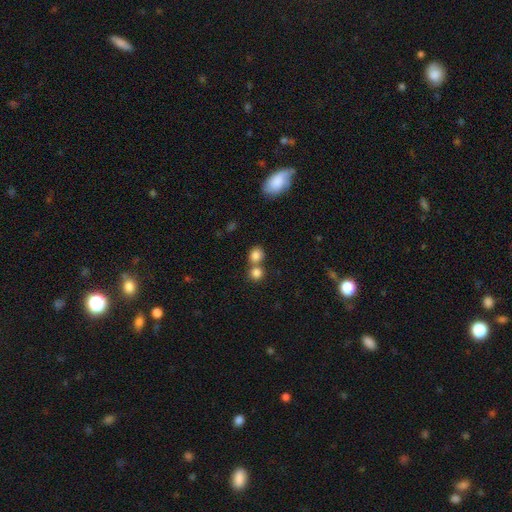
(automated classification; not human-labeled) A smooth galaxy with no disk features (82%) that is round (76%).

Vote fractions:
- Smooth or featured? smooth: 82% / star or artifact: 11% / featured or disk: 7%
- How rounded? round: 76% / in between: 23% / cigar-shaped: 1%
- Merging? none: 47% / merger: 43% / minor disturbance: 7% / major disturbance: 3%